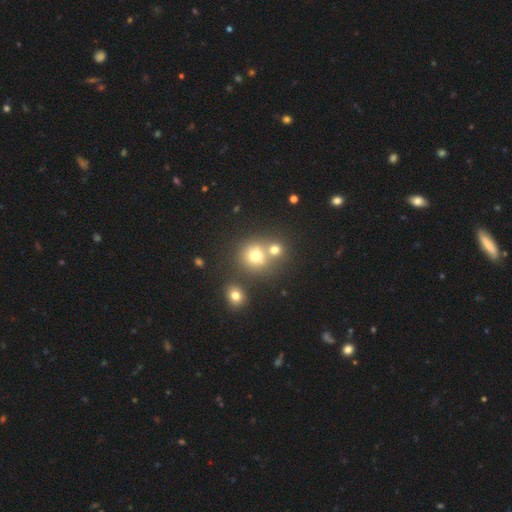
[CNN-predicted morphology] smooth_or_featured: smooth (p=0.70) [alt: star or artifact p=0.17]
how_rounded: round (p=0.86) [alt: in between p=0.14]
merging: none (p=0.50) [alt: merger p=0.39]